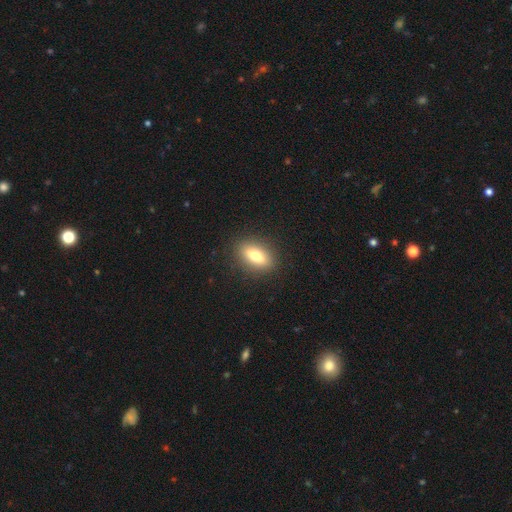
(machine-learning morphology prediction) This appears to be a smooth galaxy with no disk features (70%) that is in between round and cigar-shaped (77%). Merging: none (89%).